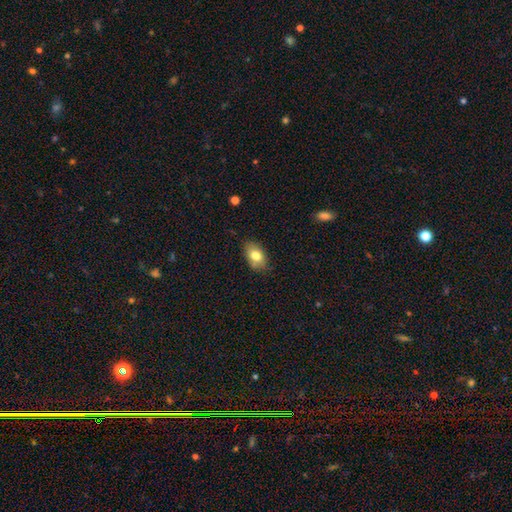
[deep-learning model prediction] Q: Smooth or featured?
A: smooth (78%); runner-up: featured or disk (14%)
Q: How rounded?
A: in between (88%); runner-up: round (11%)
Q: Merging?
A: none (77%); runner-up: minor disturbance (18%)